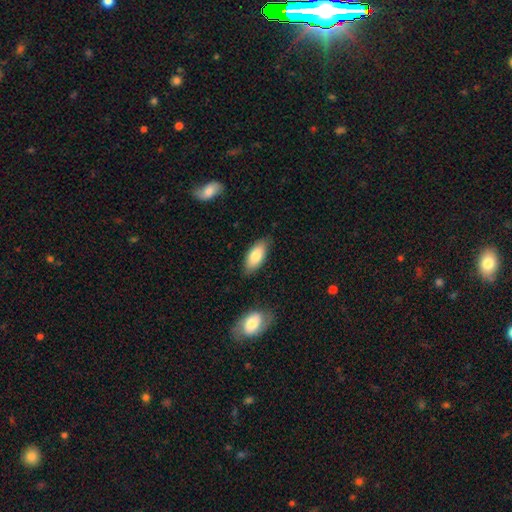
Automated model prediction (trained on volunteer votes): This is clearly a smooth galaxy (82%). How rounded: clearly in between (87%). Merging: clearly none (82%).